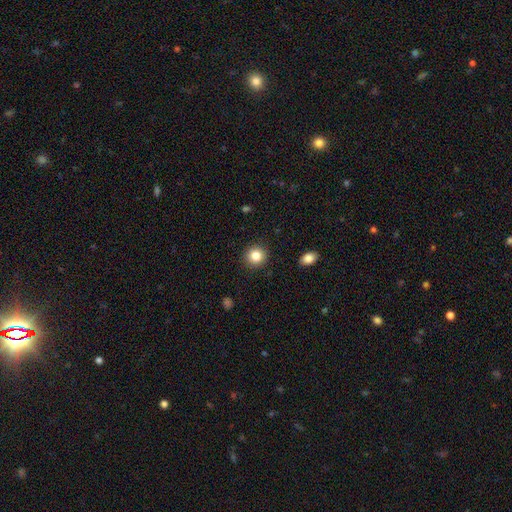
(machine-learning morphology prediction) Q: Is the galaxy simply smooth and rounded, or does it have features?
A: smooth — 84%.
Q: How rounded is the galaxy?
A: round — 90%.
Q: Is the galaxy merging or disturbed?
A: none — 91%.